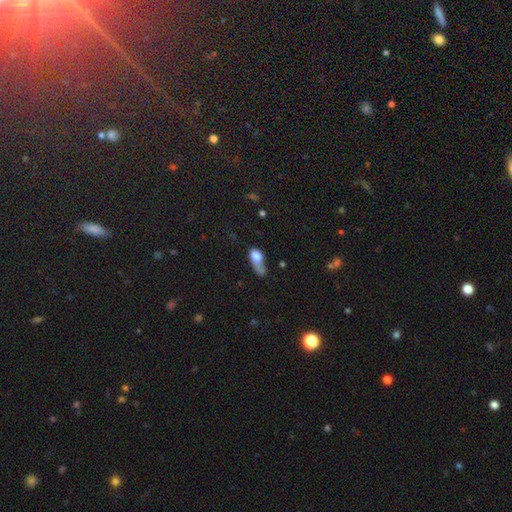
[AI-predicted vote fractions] A smooth galaxy with no disk features (70%) that is in between round and cigar-shaped (73%). Merging: major disturbance (37%).